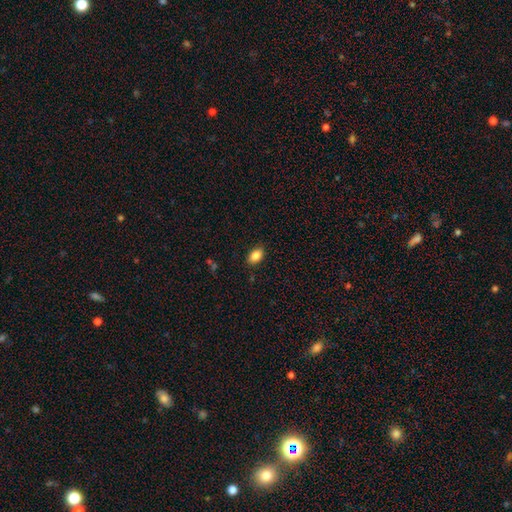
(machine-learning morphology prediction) This appears to be a smooth galaxy with no disk features (86%) that is in between round and cigar-shaped (89%). Merging: none (87%).